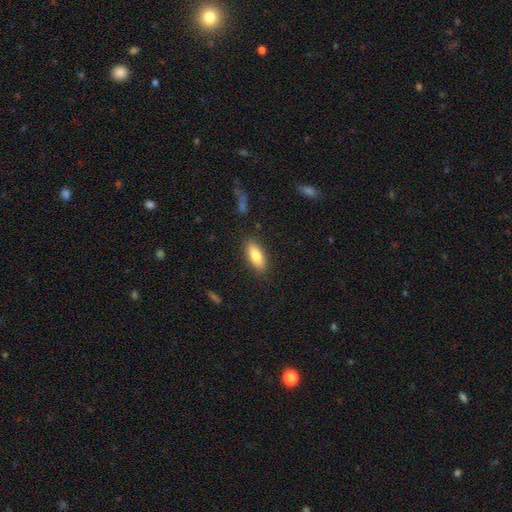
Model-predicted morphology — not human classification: type=smooth (79%); roundness=in between (72%); merging=none (86%).